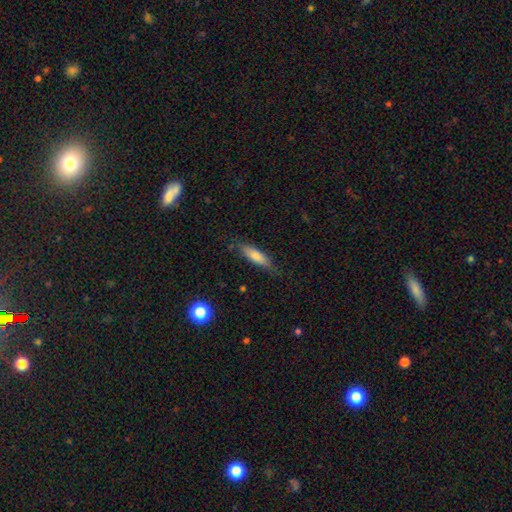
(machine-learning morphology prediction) Smooth or featured? Predicted: smooth (p=0.74). How rounded? Predicted: cigar-shaped (p=0.64). Merging? Predicted: none (p=0.78).